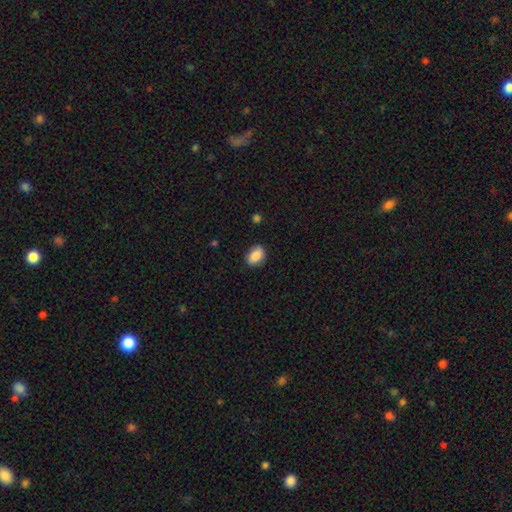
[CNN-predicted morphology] A smooth galaxy with no disk features (87%) that is in between round and cigar-shaped (78%).

Vote fractions:
- Smooth or featured? smooth: 87% / star or artifact: 8% / featured or disk: 6%
- How rounded? in between: 78% / round: 20% / cigar-shaped: 1%
- Merging? none: 85% / minor disturbance: 11% / major disturbance: 2% / merger: 1%